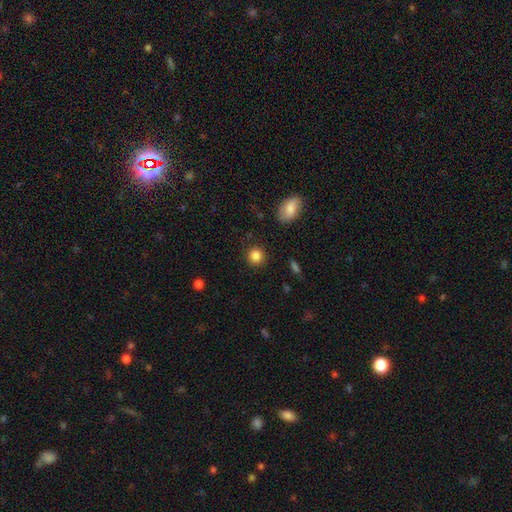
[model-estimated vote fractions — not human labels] Smooth or featured? smooth (86%)
How rounded? round (89%)
Merging? none (90%)